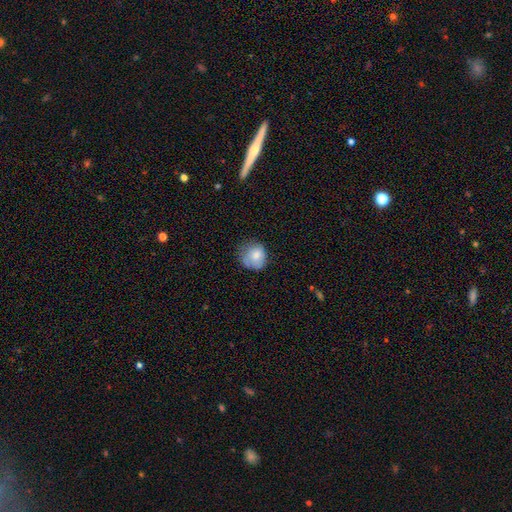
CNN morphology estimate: smooth-or-featured: smooth: 75% | featured or disk: 17% | star or artifact: 8%
  how-rounded: round: 76% | in between: 23% | cigar-shaped: 1%
  merging: none: 52% | minor disturbance: 32% | major disturbance: 14% | merger: 2%